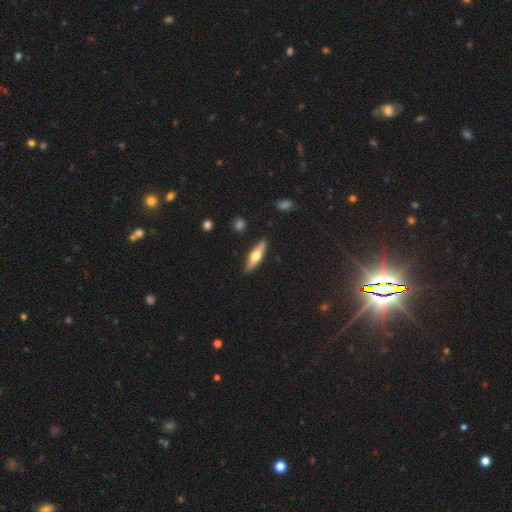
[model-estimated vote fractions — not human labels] A smooth galaxy with no disk features (49%). Merging: none (87%).